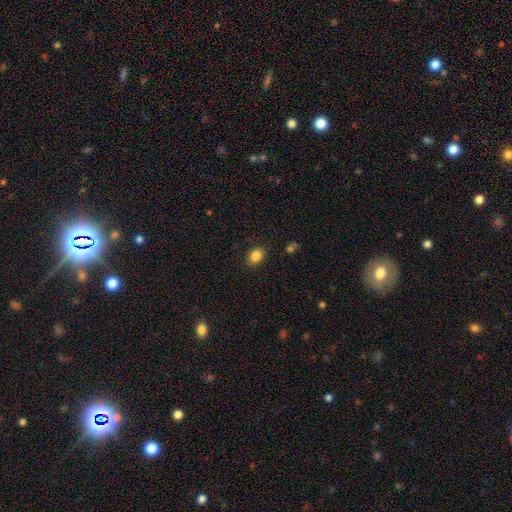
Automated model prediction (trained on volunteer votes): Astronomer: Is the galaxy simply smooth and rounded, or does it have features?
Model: smooth — 85%.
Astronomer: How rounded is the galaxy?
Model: in between — 54% (runner-up: round, 45%).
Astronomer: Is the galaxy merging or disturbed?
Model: none — 88%.